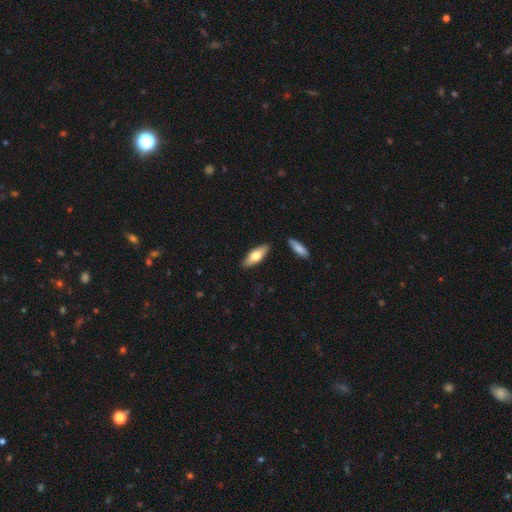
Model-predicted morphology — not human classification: Smooth or featured?
  - smooth: 65% *
  - featured or disk: 30%
  - star or artifact: 5%
How rounded?
  - in between: 58% *
  - cigar-shaped: 40%
  - round: 2%
Merging?
  - none: 85% *
  - minor disturbance: 9%
  - merger: 4%
  - major disturbance: 2%